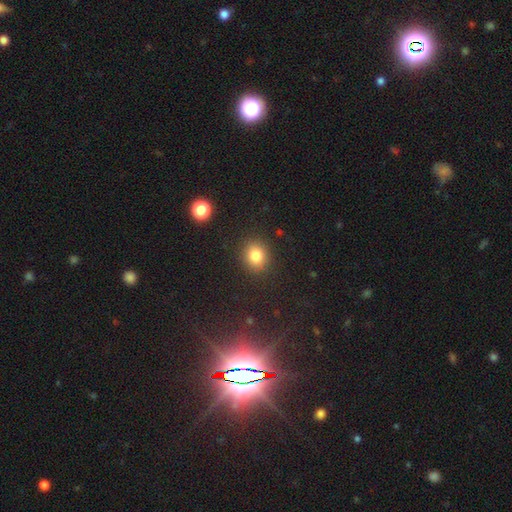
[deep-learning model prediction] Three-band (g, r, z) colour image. It shows a smooth galaxy with no disk features (82%) that is round (71%). Merging: none (88%).